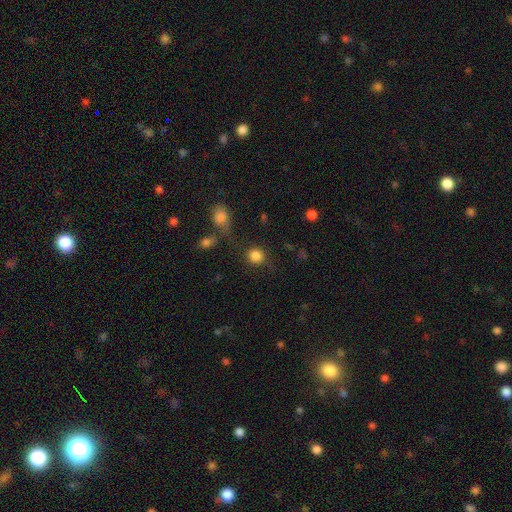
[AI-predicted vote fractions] Smooth or featured? Predicted: smooth (p=0.85). How rounded? Predicted: round (p=0.91). Merging? Predicted: none (p=0.75).